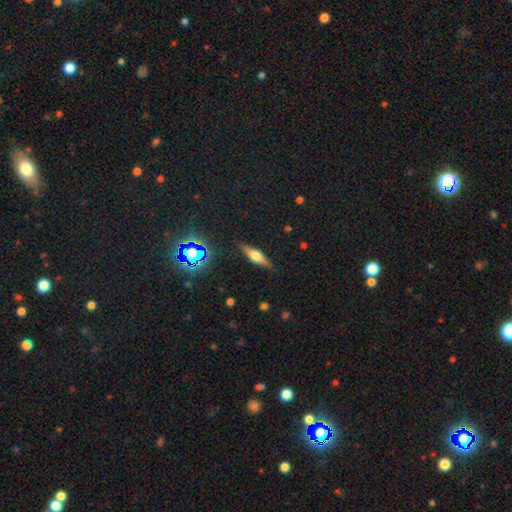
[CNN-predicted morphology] smooth_or_featured: featured or disk (p=0.55) [alt: smooth p=0.34]
disk_edge_on: yes (p=0.93) [alt: no p=0.07]
edge_on_bulge: rounded (p=0.88) [alt: boxy p=0.10]
merging: none (p=0.85) [alt: minor disturbance p=0.11]